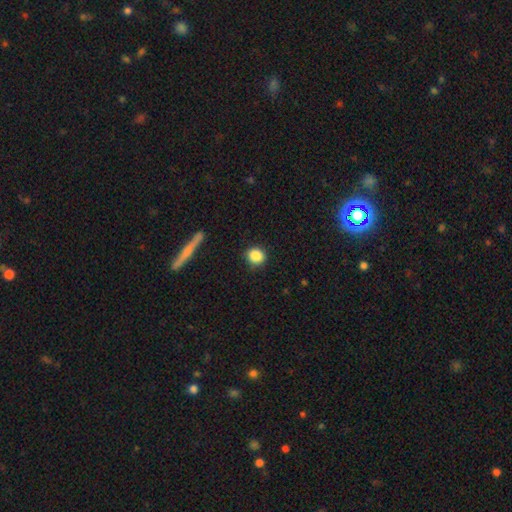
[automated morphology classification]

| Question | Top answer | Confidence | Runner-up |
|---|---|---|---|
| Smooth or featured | smooth | 87% | star or artifact (9%) |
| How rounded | round | 85% | in between (13%) |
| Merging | none | 89% | minor disturbance (8%) |